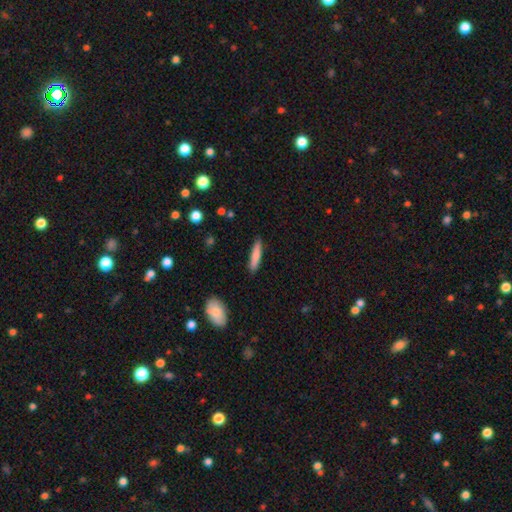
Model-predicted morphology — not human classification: type=smooth (80%); roundness=cigar-shaped (87%); merging=none (89%).